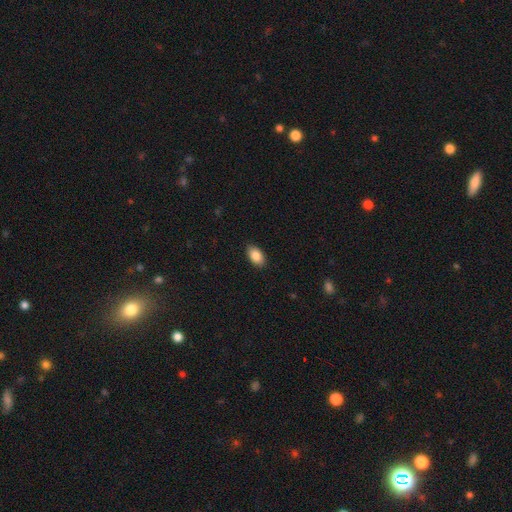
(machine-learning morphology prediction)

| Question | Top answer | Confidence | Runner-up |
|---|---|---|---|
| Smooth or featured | smooth | 86% | star or artifact (7%) |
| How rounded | in between | 92% | round (6%) |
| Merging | none | 88% | minor disturbance (9%) |